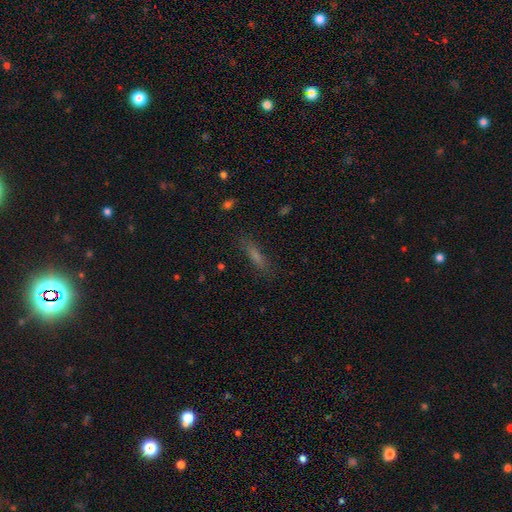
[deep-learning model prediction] Overall: smooth (63%). How rounded: cigar-shaped (79%). Merging: none (82%).